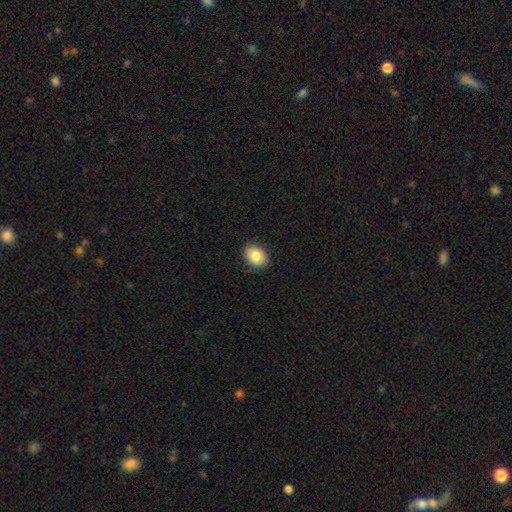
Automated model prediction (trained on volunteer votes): Morphology: type=smooth (84%); roundness=in between (66%); merging=none (88%).